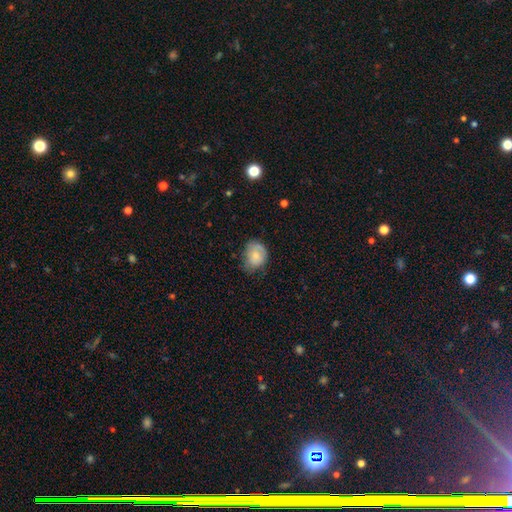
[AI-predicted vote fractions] smooth-or-featured: smooth: 73% | featured or disk: 20% | star or artifact: 8%
  how-rounded: round: 50% | in between: 49% | cigar-shaped: 1%
  merging: none: 52% | minor disturbance: 36% | major disturbance: 11% | merger: 2%